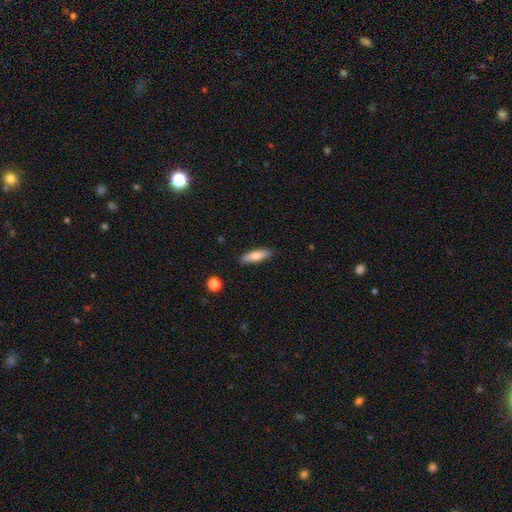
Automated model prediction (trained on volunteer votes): smooth-or-featured: smooth: 77% | featured or disk: 17% | star or artifact: 7%
  how-rounded: cigar-shaped: 56% | in between: 42% | round: 2%
  merging: none: 86% | minor disturbance: 10% | major disturbance: 2% | merger: 1%